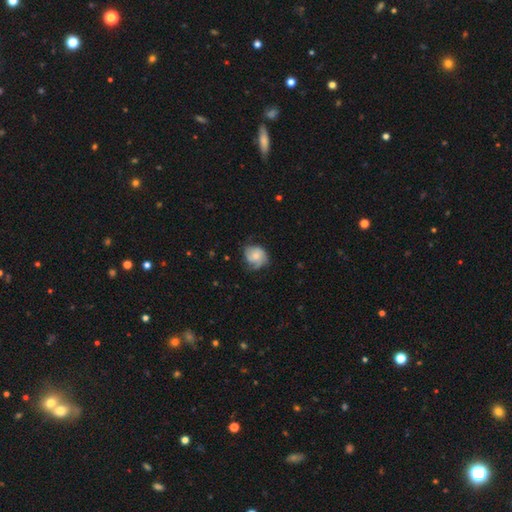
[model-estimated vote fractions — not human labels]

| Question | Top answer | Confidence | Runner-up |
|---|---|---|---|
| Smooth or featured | featured or disk | 57% | smooth (36%) |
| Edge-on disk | no | 98% | yes (2%) |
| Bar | no | 76% | weak (20%) |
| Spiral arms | yes | 88% | no (12%) |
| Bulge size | small | 48% | moderate (44%) |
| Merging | none | 58% | minor disturbance (28%) |